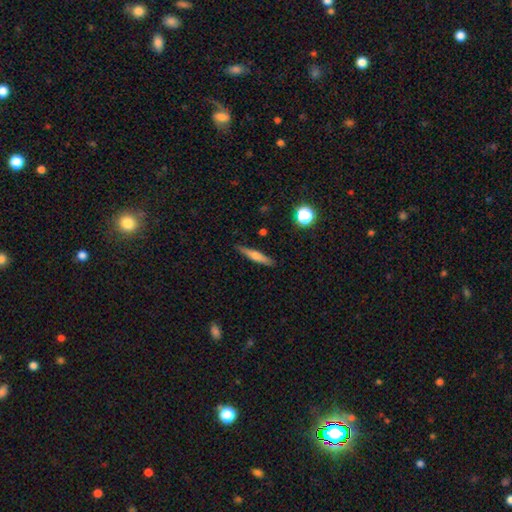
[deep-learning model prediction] A smooth galaxy with no disk features (52%) that is cigar-shaped (89%).

Vote fractions:
- Smooth or featured? smooth: 52% / featured or disk: 41% / star or artifact: 8%
- How rounded? cigar-shaped: 89% / in between: 9% / round: 2%
- Merging? none: 88% / minor disturbance: 9% / major disturbance: 2% / merger: 1%